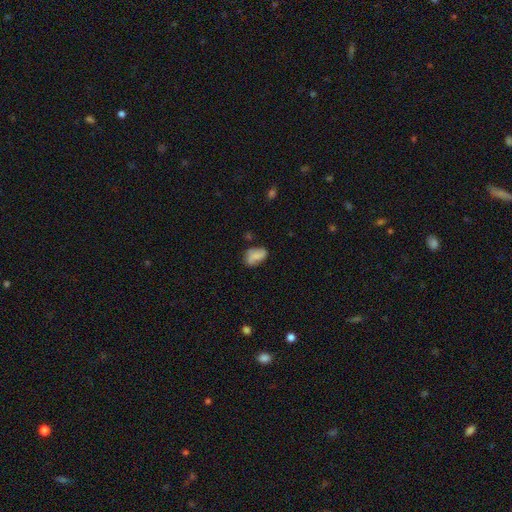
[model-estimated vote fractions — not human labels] Smooth or featured?
  - smooth: 66% *
  - featured or disk: 25%
  - star or artifact: 9%
How rounded?
  - in between: 88% *
  - round: 9%
  - cigar-shaped: 3%
Merging?
  - none: 58% *
  - minor disturbance: 29%
  - major disturbance: 9%
  - merger: 4%